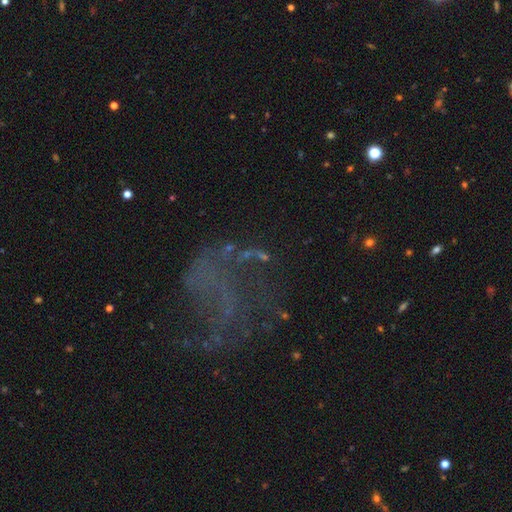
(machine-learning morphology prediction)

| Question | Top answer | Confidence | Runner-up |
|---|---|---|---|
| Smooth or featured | featured or disk | 52% | star or artifact (30%) |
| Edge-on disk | no | 97% | yes (3%) |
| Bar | no | 81% | weak (14%) |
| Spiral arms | no | 71% | yes (29%) |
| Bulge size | none | 76% | small (16%) |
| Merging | none | 45% | major disturbance (35%) |